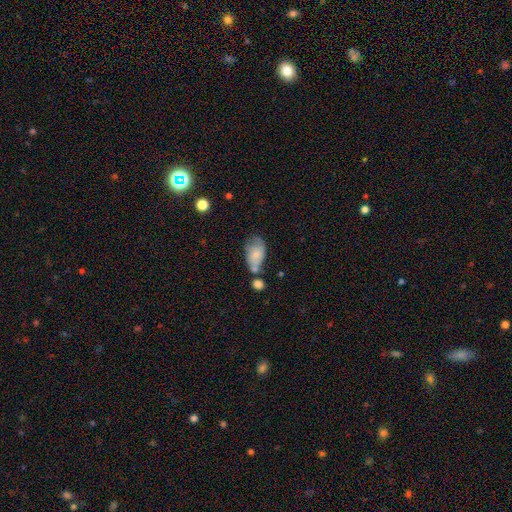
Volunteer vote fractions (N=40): This is likely a smooth galaxy (75%). How rounded: clearly in between (93%). Merging: marginally minor disturbance (37%).